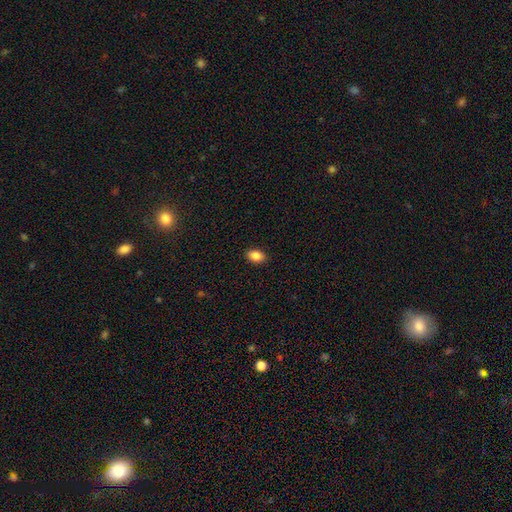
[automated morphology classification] Smooth or featured?
  - smooth: 87% *
  - star or artifact: 8%
  - featured or disk: 4%
How rounded?
  - in between: 87% *
  - round: 12%
  - cigar-shaped: 1%
Merging?
  - none: 90% *
  - minor disturbance: 7%
  - major disturbance: 2%
  - merger: 1%